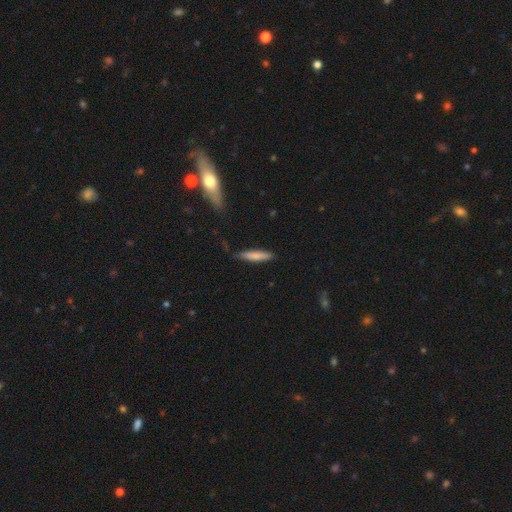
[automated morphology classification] smooth-or-featured: smooth: 76% | featured or disk: 19% | star or artifact: 6%
  how-rounded: cigar-shaped: 87% | in between: 12% | round: 1%
  merging: none: 80% | minor disturbance: 16% | major disturbance: 3% | merger: 2%